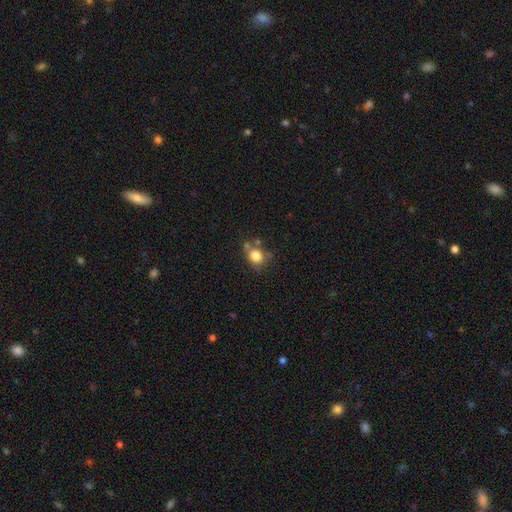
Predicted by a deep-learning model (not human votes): Morphology: type=smooth (80%); roundness=round (71%); merging=none (58%).